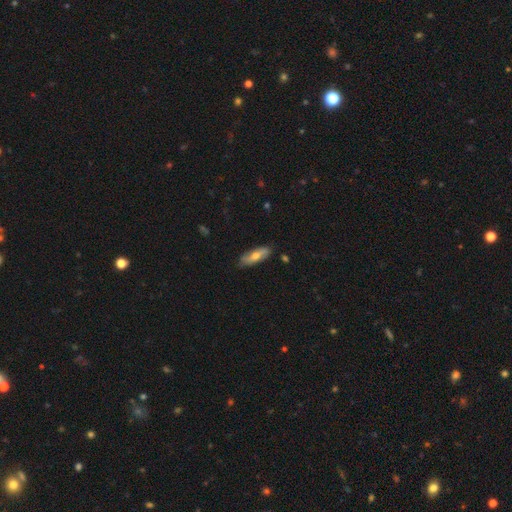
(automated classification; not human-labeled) Smooth or featured? smooth (58%)
How rounded? in between (55%)
Merging? none (85%)